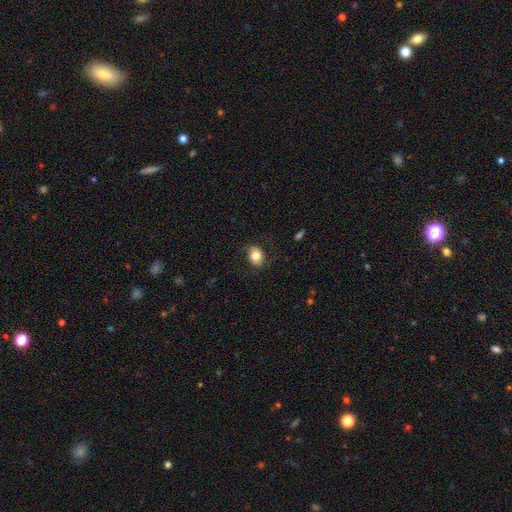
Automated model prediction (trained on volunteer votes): smooth-or-featured: smooth: 77% | featured or disk: 15% | star or artifact: 8%
  how-rounded: in between: 55% | round: 44% | cigar-shaped: 1%
  merging: none: 75% | minor disturbance: 18% | major disturbance: 7% | merger: 1%